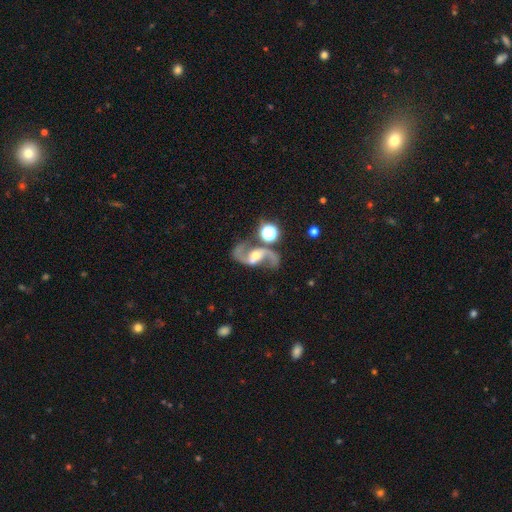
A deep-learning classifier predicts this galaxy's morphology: smooth-or-featured: featured or disk: 89% | star or artifact: 6% | smooth: 4%
  disk-edge-on: no: 97% | yes: 3%
    bar: no: 40% | weak: 37% | strong: 22%
    has-spiral-arms: yes: 97% | no: 3%
      spiral-winding: loose: 58% | medium: 35% | tight: 6%
      spiral-arm-count: 2: 94% | 1: 2% | can't tell: 2% | 3: 1% | 4: 1% | more than 4: 1%
    bulge-size: moderate: 57% | small: 35% | large: 5% | none: 2% | dominant: 1%
  merging: none: 66% | minor disturbance: 14% | merger: 11% | major disturbance: 9%